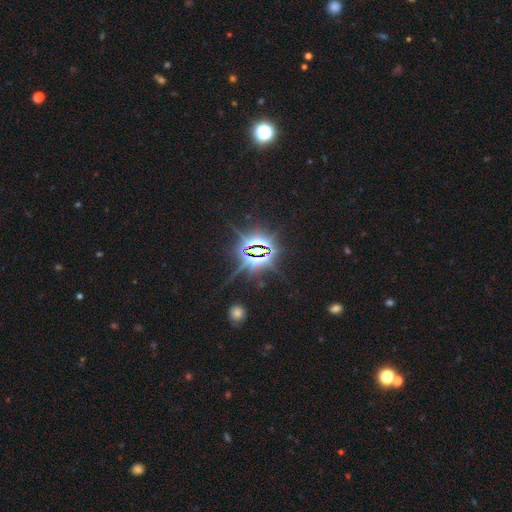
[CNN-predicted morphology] A star or artifact, not a galaxy (83%).

Vote fractions:
- Smooth or featured? star or artifact: 83% / featured or disk: 10% / smooth: 7%